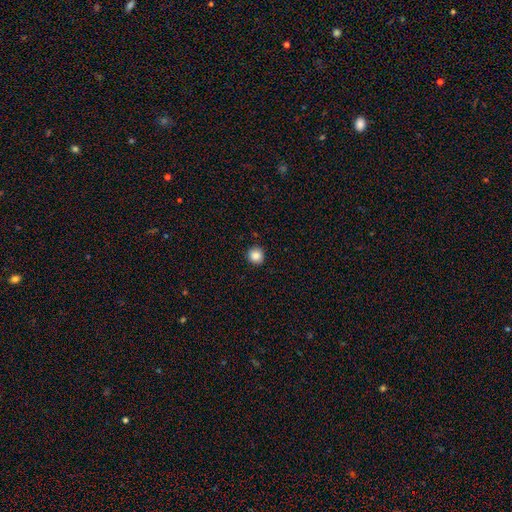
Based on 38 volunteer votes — Q: Smooth or featured?
A: smooth (89%); runner-up: star or artifact (8%)
Q: How rounded?
A: round (88%); runner-up: in between (12%)
Q: Merging?
A: none (94%); runner-up: minor disturbance (6%)